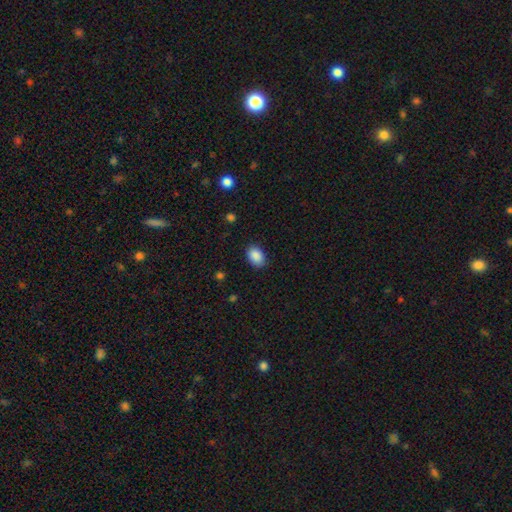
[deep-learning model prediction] Overall: smooth (89%). How rounded: in between (83%). Merging: none (85%).